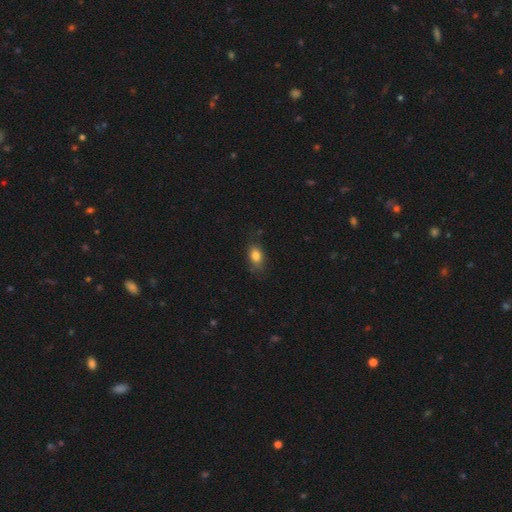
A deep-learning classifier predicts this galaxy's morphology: Smooth or featured? smooth (83%)
How rounded? in between (84%)
Merging? none (76%)